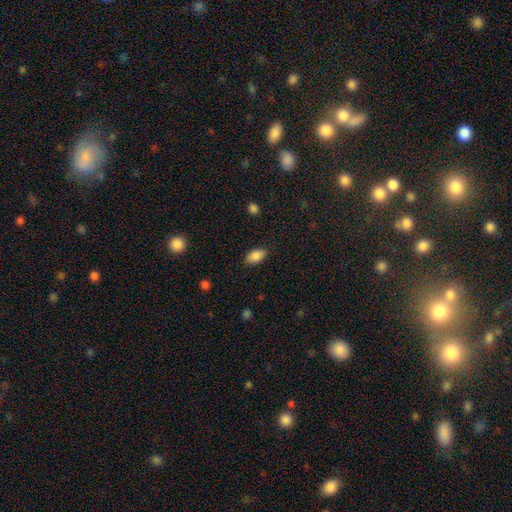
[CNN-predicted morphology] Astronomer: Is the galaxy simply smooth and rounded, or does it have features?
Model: smooth — 87%.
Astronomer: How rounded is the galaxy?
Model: in between — 92%.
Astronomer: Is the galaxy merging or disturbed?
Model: none — 84%.